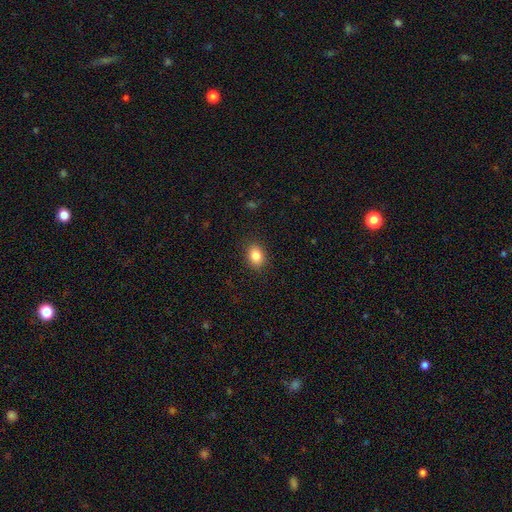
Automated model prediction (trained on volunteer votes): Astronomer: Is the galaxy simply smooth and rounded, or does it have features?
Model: smooth — 85%.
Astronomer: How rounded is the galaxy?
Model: in between — 68%.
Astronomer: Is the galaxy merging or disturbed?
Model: none — 89%.